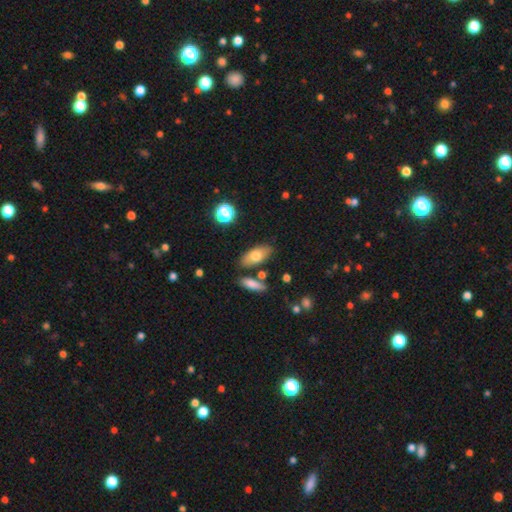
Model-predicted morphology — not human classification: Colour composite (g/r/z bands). It shows a smooth galaxy with no disk features (72%) that is in between round and cigar-shaped (84%). Merging: none (76%).